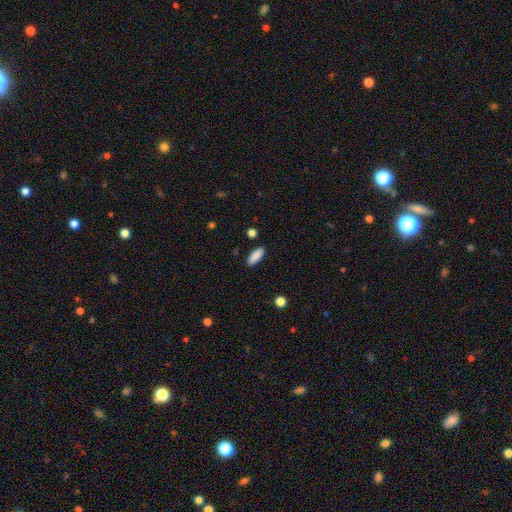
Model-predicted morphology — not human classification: This appears to be a smooth galaxy with no disk features (89%) that is in between round and cigar-shaped (72%). Merging: none (88%).